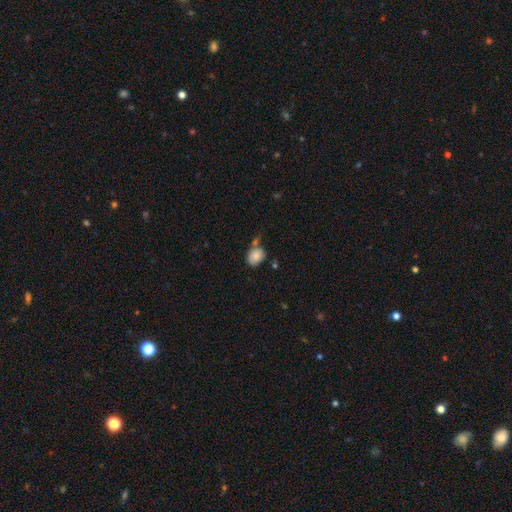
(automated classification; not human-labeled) smooth 84%, star or artifact 8%, featured or disk 8%. Down the decision tree: how rounded — in between (54%); merging — none (53%).